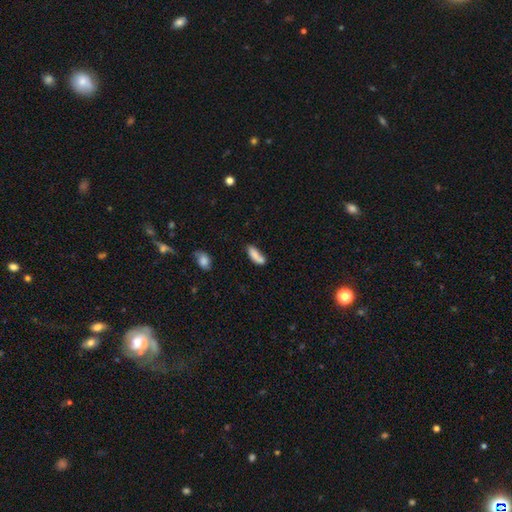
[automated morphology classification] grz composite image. It shows a smooth galaxy with no disk features (76%) that is in between round and cigar-shaped (69%). Merging: none (40%).